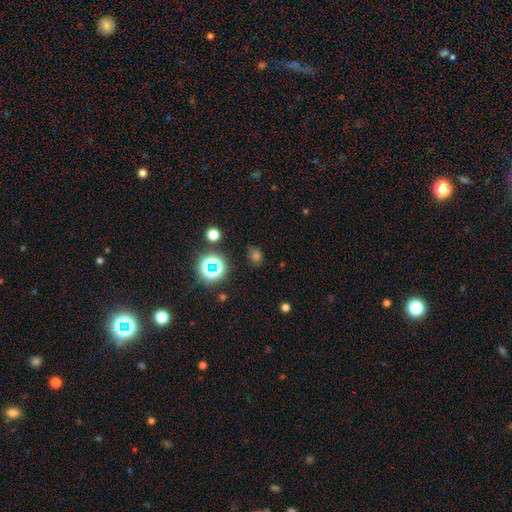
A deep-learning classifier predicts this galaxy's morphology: The model was most divided on "smooth or featured": smooth: 48%, star or artifact: 44%, featured or disk: 7%. More confident: merging — none (81%).